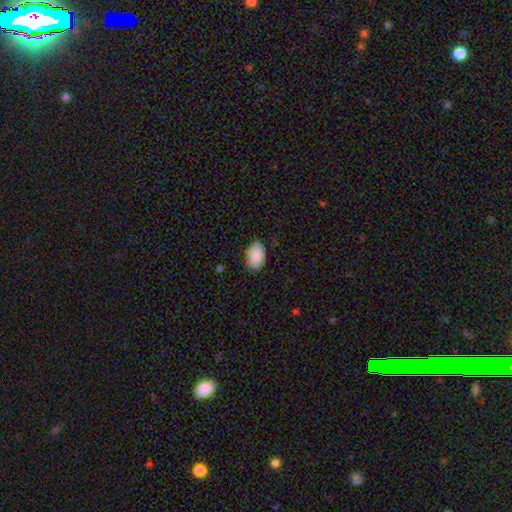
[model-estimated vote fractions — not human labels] smooth 89%, star or artifact 7%, featured or disk 5%. Down the decision tree: how rounded — in between (91%); merging — none (82%).